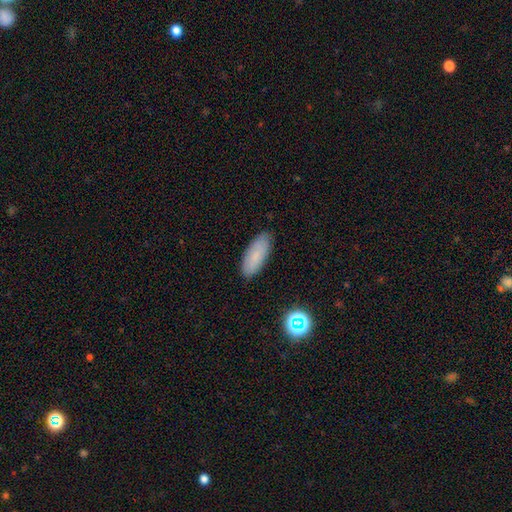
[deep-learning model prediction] A smooth galaxy with no disk features (82%) that is in between round and cigar-shaped (76%). Merging: none (86%).